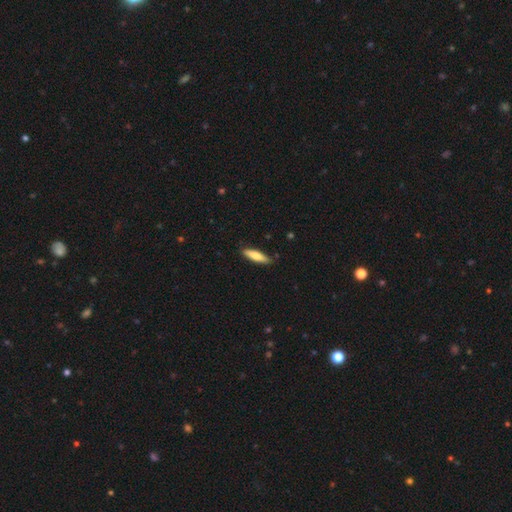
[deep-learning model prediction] A smooth galaxy with no disk features (75%) that is cigar-shaped (68%). Merging: none (85%).